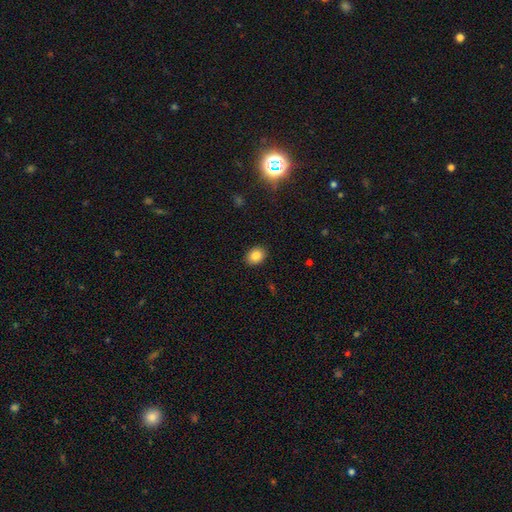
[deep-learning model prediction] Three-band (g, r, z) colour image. It shows a smooth galaxy with no disk features (85%) that is in between round and cigar-shaped (59%). Merging: none (90%).